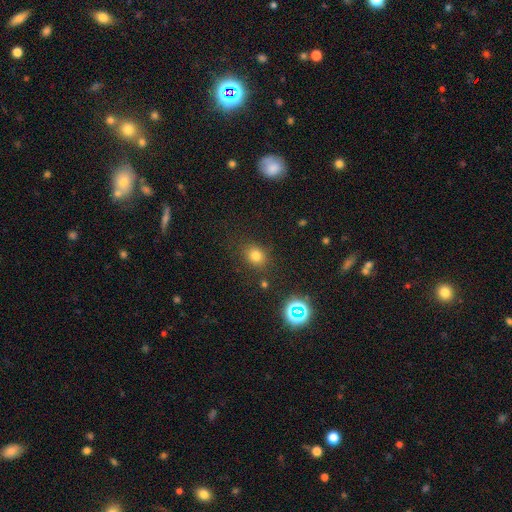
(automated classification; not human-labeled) A smooth galaxy with no disk features (74%) that is round (64%).

Vote fractions:
- Smooth or featured? smooth: 74% / star or artifact: 18% / featured or disk: 7%
- How rounded? round: 64% / in between: 35% / cigar-shaped: 1%
- Merging? none: 81% / minor disturbance: 11% / major disturbance: 4% / merger: 3%